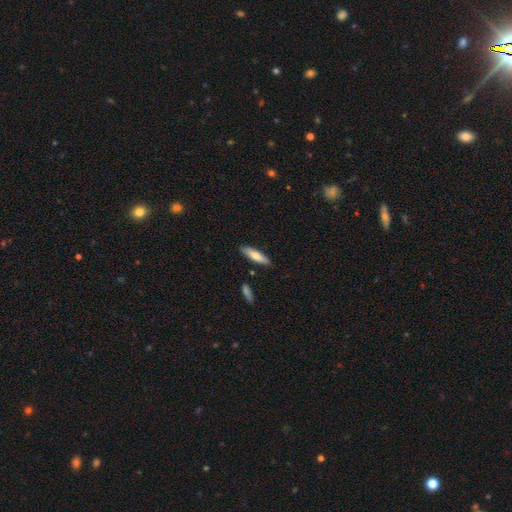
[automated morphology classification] smooth 67%, featured or disk 27%, star or artifact 6%. Down the decision tree: how rounded — cigar-shaped (63%); merging — none (85%).